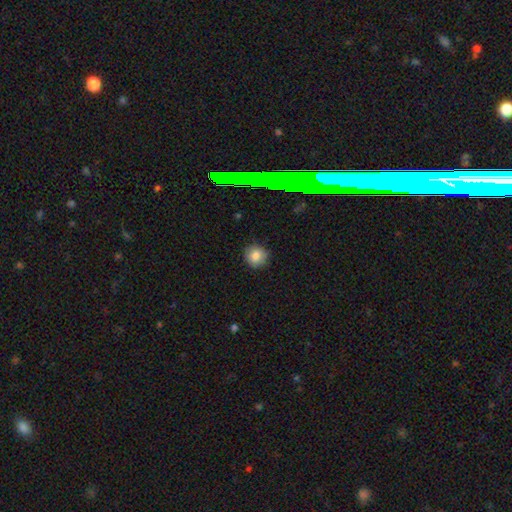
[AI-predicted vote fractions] Q: Smooth or featured?
A: smooth (82%); runner-up: star or artifact (11%)
Q: How rounded?
A: round (91%); runner-up: in between (8%)
Q: Merging?
A: none (88%); runner-up: minor disturbance (9%)